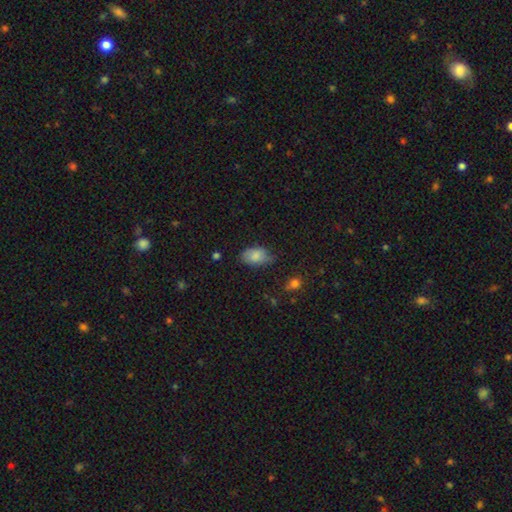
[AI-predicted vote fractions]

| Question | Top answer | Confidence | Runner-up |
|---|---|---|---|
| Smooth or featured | smooth | 83% | featured or disk (9%) |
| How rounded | in between | 91% | round (8%) |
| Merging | none | 62% | minor disturbance (30%) |